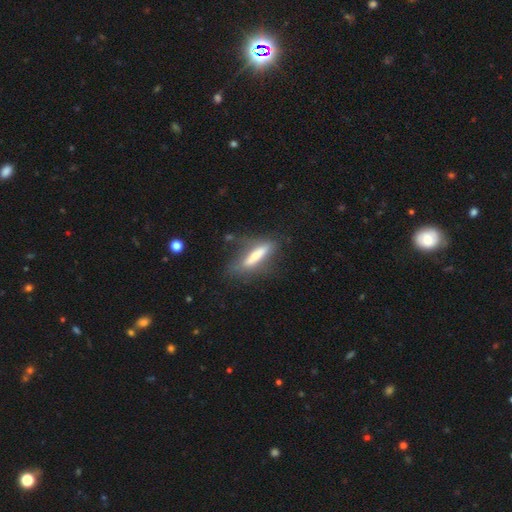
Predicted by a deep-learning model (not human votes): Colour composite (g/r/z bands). It shows a smooth galaxy with no disk features (54%) that is cigar-shaped (75%). Merging: none (64%).